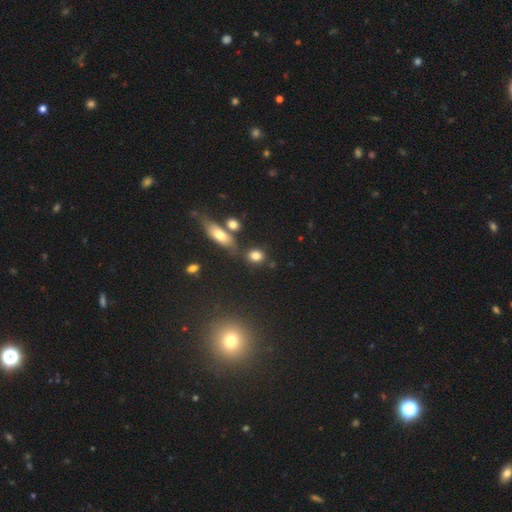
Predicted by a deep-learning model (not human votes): Smooth or featured? smooth (80%)
How rounded? round (52%)
Merging? none (69%)